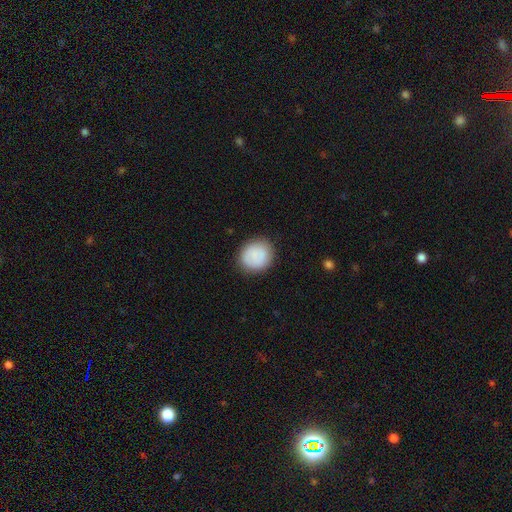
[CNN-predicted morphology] Smooth or featured: smooth — 80% (featured or disk — 14%)
How rounded: round — 82% (in between — 17%)
Merging: none — 85% (minor disturbance — 10%)